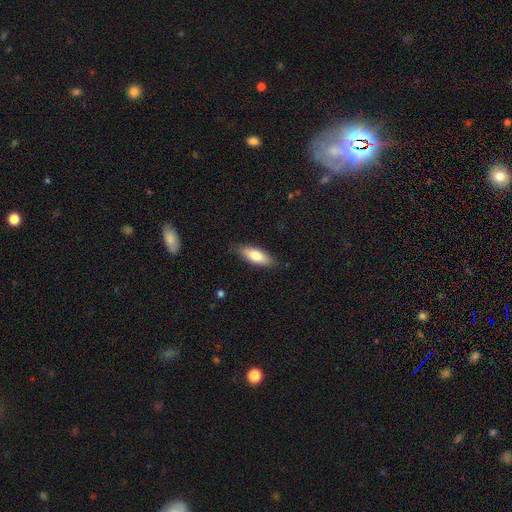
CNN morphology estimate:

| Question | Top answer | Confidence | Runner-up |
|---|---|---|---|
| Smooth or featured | smooth | 76% | featured or disk (17%) |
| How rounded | in between | 69% | cigar-shaped (29%) |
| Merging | none | 83% | minor disturbance (13%) |